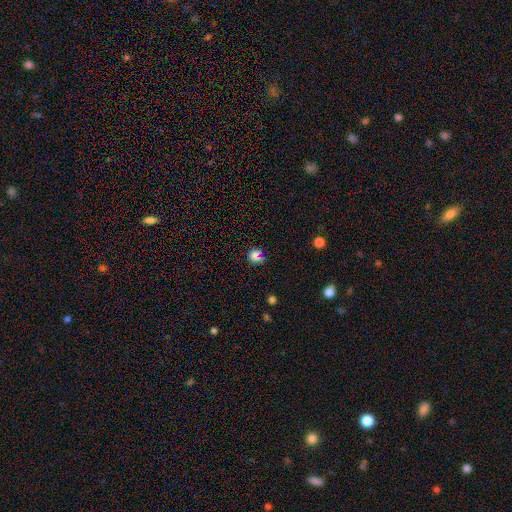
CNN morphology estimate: smooth 74%, star or artifact 19%, featured or disk 7%. Down the decision tree: how rounded — round (82%); merging — none (66%).